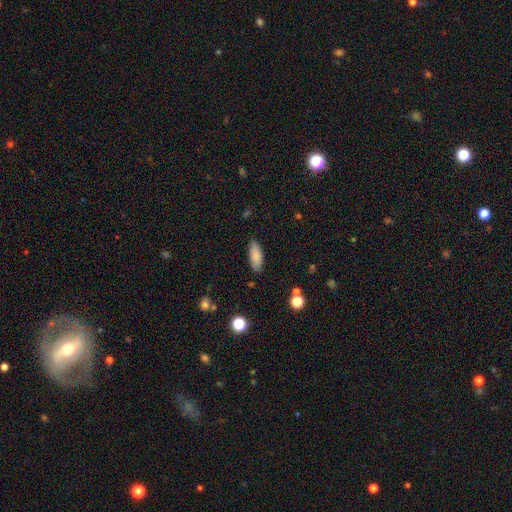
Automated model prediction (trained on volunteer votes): Overall: smooth (84%). How rounded: in between (73%). Merging: none (86%).